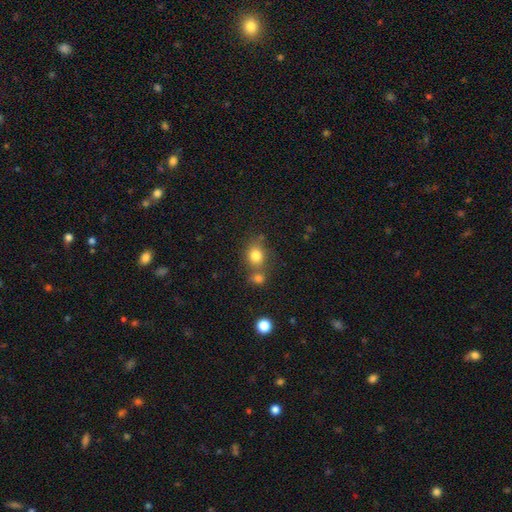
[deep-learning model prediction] smooth_or_featured: smooth (p=0.80) [alt: star or artifact p=0.12]
how_rounded: round (p=0.69) [alt: in between p=0.30]
merging: none (p=0.57) [alt: merger p=0.27]